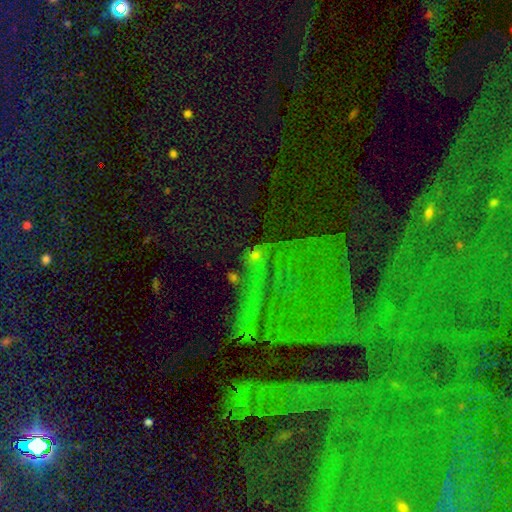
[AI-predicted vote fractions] A smooth galaxy with no disk features (39%). Merging: none (48%).